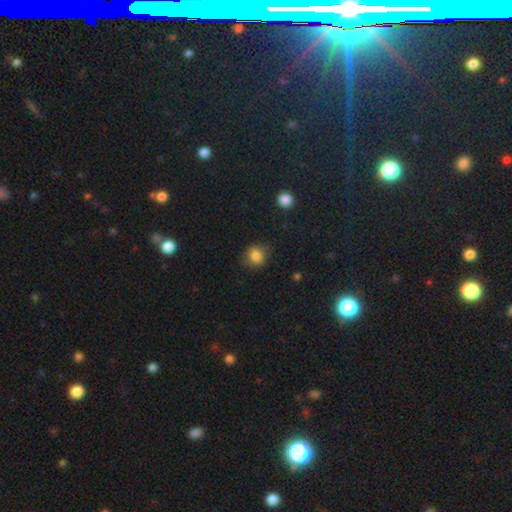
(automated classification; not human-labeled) This is clearly a smooth galaxy (83%). How rounded: likely round (79%). Merging: clearly none (82%).